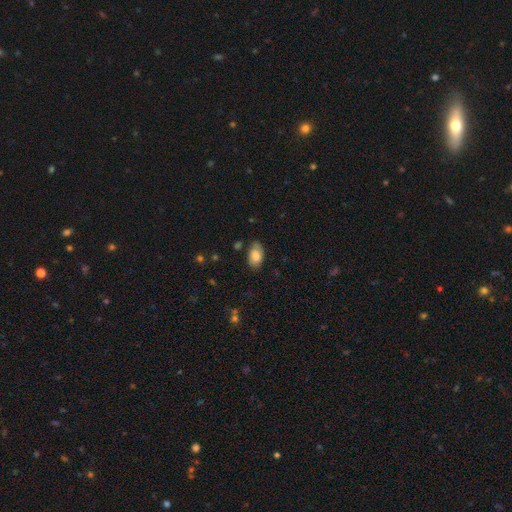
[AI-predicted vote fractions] This is clearly a smooth galaxy (80%). How rounded: clearly in between (92%). Merging: likely none (69%).